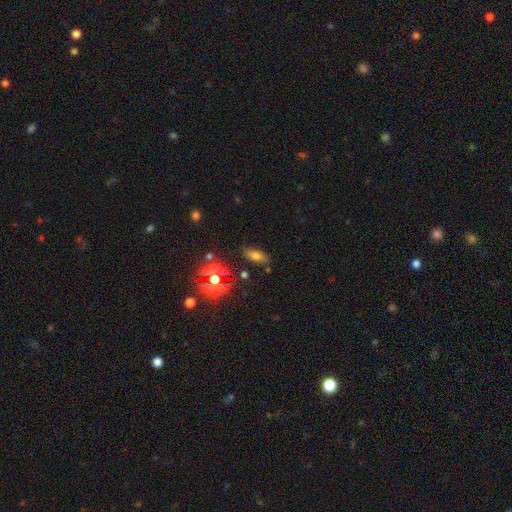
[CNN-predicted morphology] smooth 63%, star or artifact 24%, featured or disk 13%. Down the decision tree: how rounded — in between (74%); merging — none (80%).